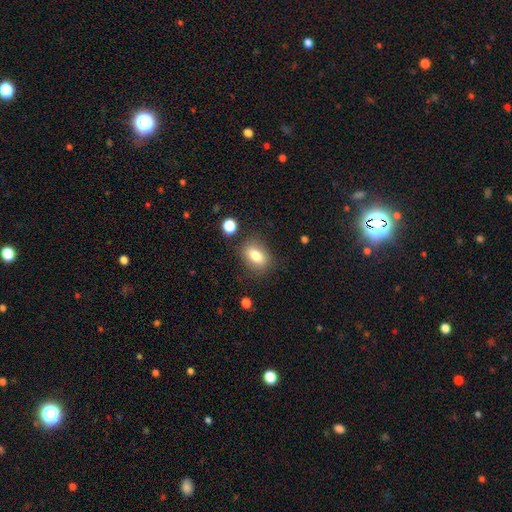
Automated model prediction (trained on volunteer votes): This is likely a smooth galaxy (79%). How rounded: likely in between (78%). Merging: clearly none (81%).